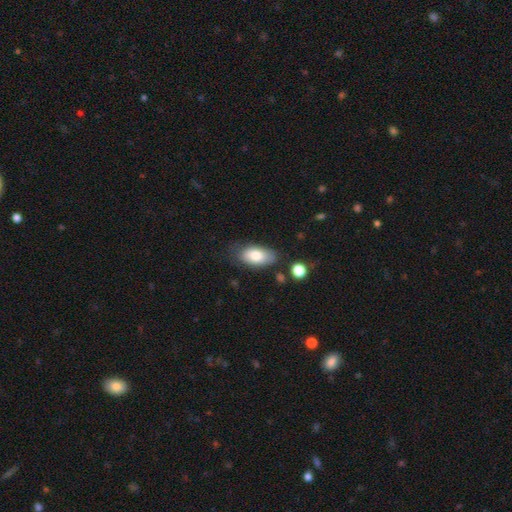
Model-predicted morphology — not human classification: A smooth galaxy with no disk features (79%) that is in between round and cigar-shaped (92%). Merging: none (70%).